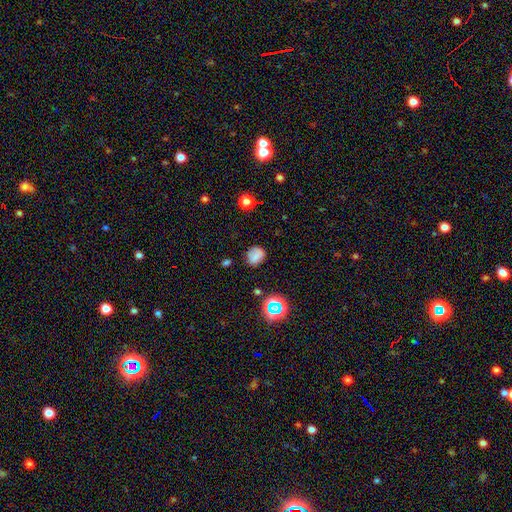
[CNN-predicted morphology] This is likely a smooth galaxy (72%). How rounded: likely round (64%). Merging: likely none (78%).